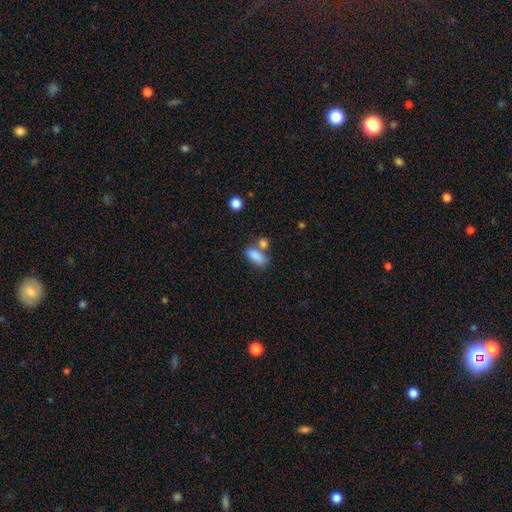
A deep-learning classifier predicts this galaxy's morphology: smooth_or_featured: smooth (p=0.84) [alt: star or artifact p=0.08]
how_rounded: in between (p=0.85) [alt: cigar-shaped p=0.10]
merging: none (p=0.47) [alt: merger p=0.31]